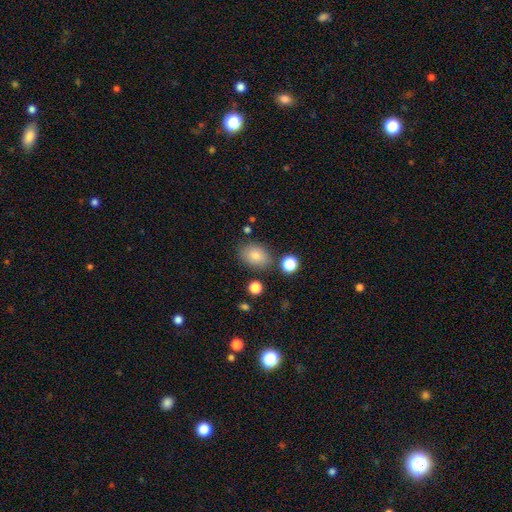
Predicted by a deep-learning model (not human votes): Morphology: type=smooth (83%); roundness=in between (78%); merging=none (77%).